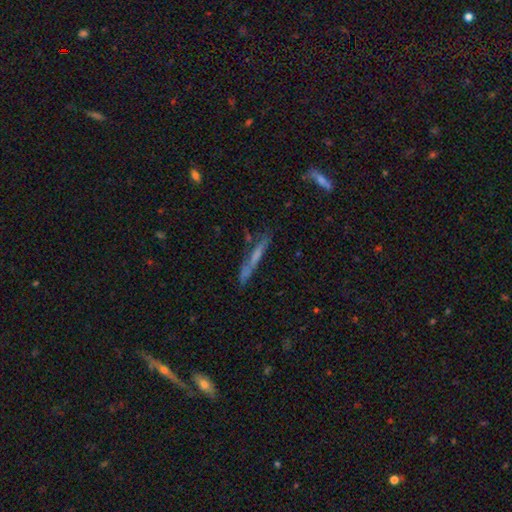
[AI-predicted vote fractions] smooth-or-featured: featured or disk: 49% | smooth: 42% | star or artifact: 9%
  merging: none: 74% | minor disturbance: 17% | major disturbance: 5% | merger: 4%